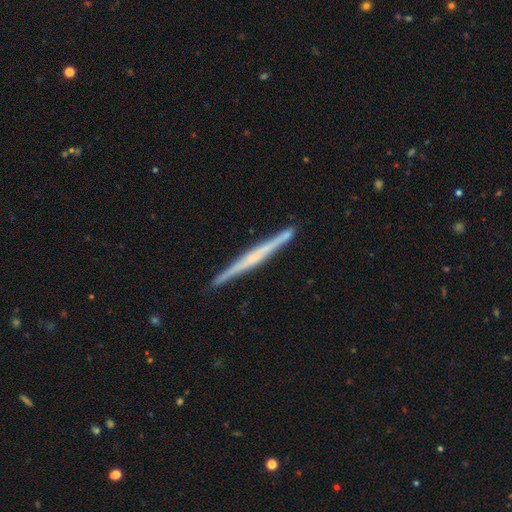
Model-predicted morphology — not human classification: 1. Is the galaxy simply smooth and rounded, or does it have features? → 70% featured or disk, 24% smooth, 5% star or artifact.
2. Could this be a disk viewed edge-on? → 98% yes, 2% no.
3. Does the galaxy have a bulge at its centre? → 55% none, 29% rounded, 16% boxy.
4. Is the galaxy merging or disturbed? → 91% none, 7% minor disturbance, 1% merger, 1% major disturbance.